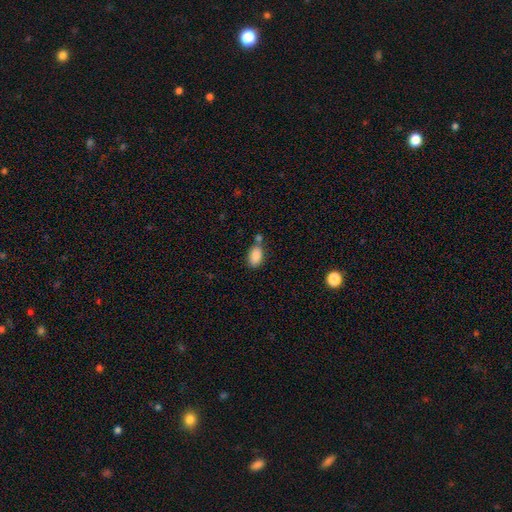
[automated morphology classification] A smooth galaxy with no disk features (87%) that is in between round and cigar-shaped (91%).

Vote fractions:
- Smooth or featured? smooth: 87% / star or artifact: 8% / featured or disk: 5%
- How rounded? in between: 91% / round: 7% / cigar-shaped: 2%
- Merging? none: 61% / merger: 20% / minor disturbance: 15% / major disturbance: 4%